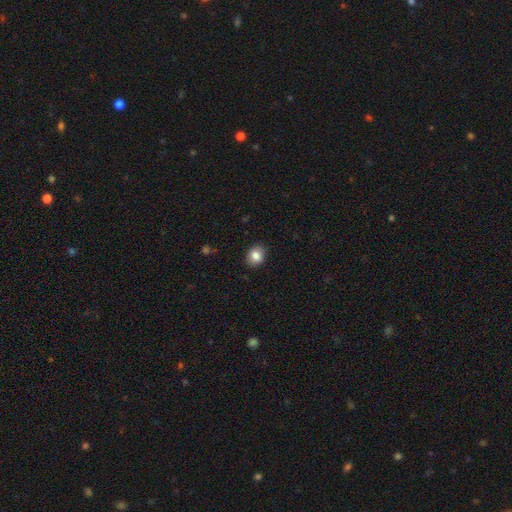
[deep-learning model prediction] smooth 85%, star or artifact 9%, featured or disk 6%. Down the decision tree: how rounded — round (51%); merging — none (87%).